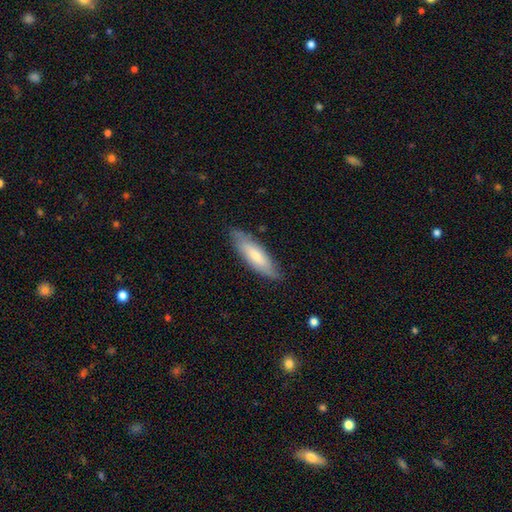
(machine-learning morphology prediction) smooth_or_featured: smooth (p=0.63) [alt: featured or disk p=0.31]
how_rounded: cigar-shaped (p=0.54) [alt: in between p=0.44]
merging: none (p=0.80) [alt: minor disturbance p=0.16]